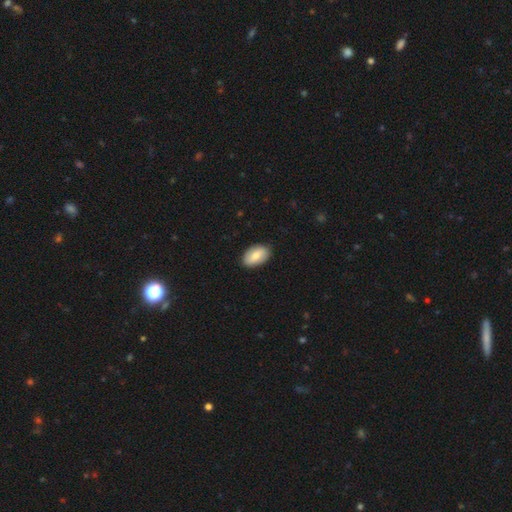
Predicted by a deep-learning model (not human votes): Morphology: type=smooth (74%); roundness=in between (93%); merging=none (88%).